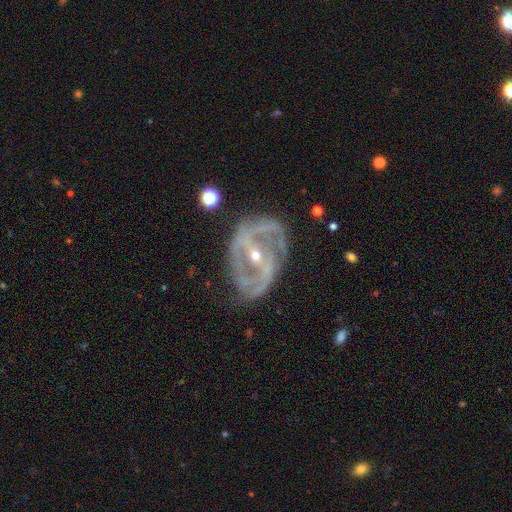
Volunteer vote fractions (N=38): Smooth or featured: featured or disk — 95% (smooth — 3%)
Edge-on disk: no — 92% (yes — 8%)
Bar: strong — 61% (weak — 24%)
Spiral arms: yes — 97% (no — 3%)
Spiral winding: tight — 72% (medium — 28%)
Spiral arm count: 2 — 50% (3 — 31%)
Bulge size: small — 64% (moderate — 36%)
Merging: none — 65% (minor disturbance — 19%)